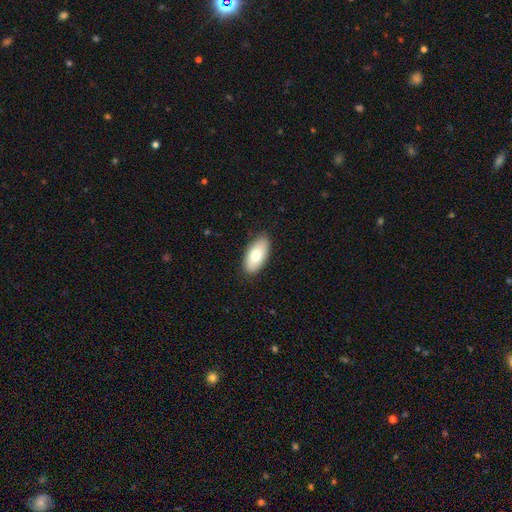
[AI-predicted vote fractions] Q: Smooth or featured?
A: smooth (74%); runner-up: featured or disk (20%)
Q: How rounded?
A: in between (93%); runner-up: cigar-shaped (4%)
Q: Merging?
A: none (85%); runner-up: minor disturbance (12%)